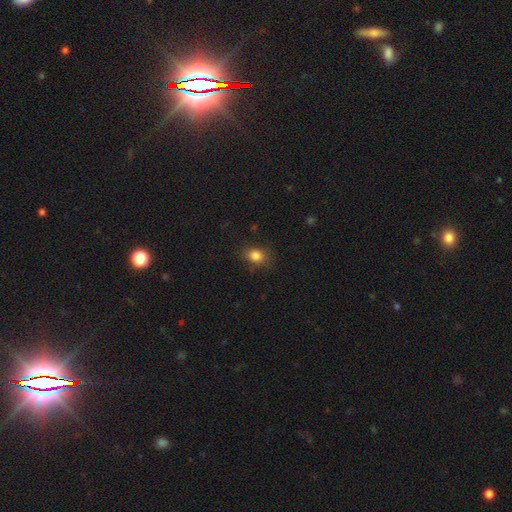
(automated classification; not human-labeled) This is clearly a smooth galaxy (84%). How rounded: possibly in between (59%). Merging: clearly none (81%).